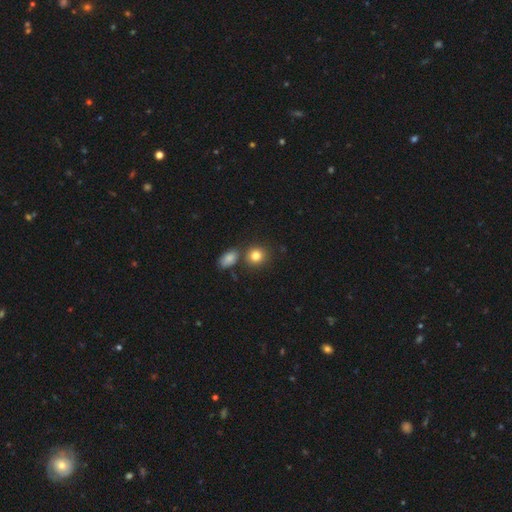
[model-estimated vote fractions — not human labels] Smooth or featured? smooth (82%)
How rounded? round (80%)
Merging? none (71%)